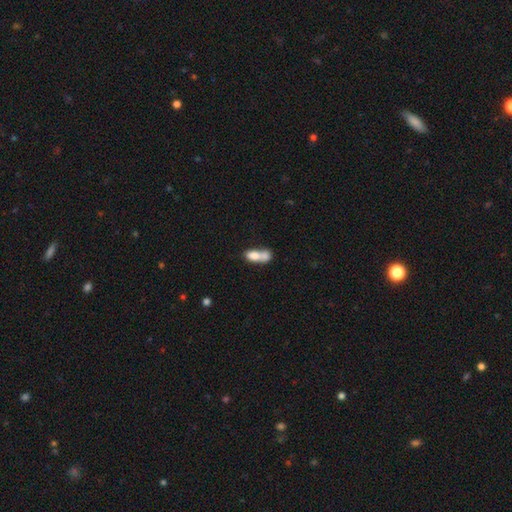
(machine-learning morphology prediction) smooth_or_featured: smooth (p=0.73) [alt: featured or disk p=0.18]
how_rounded: in between (p=0.79) [alt: cigar-shaped p=0.12]
merging: merger (p=0.67) [alt: none p=0.19]